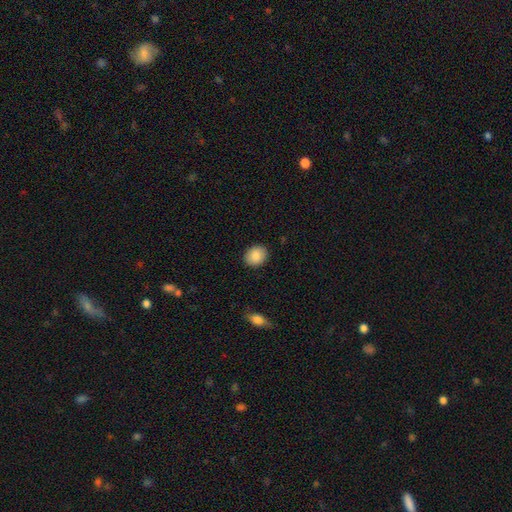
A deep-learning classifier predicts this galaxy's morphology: This appears to be a smooth galaxy with no disk features (87%) that is round (59%). Merging: none (89%).